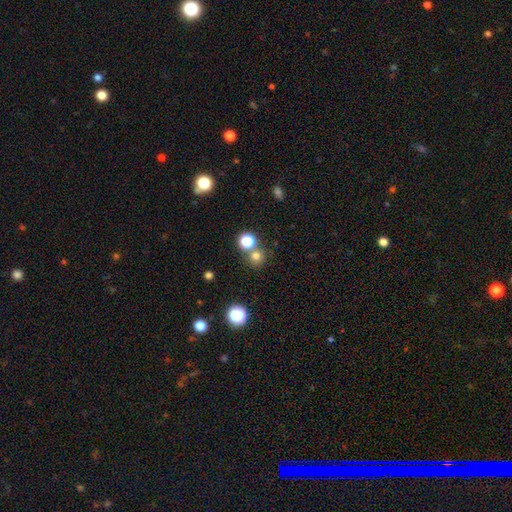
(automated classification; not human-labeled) Overall: smooth (74%). How rounded: round (91%). Merging: none (66%).